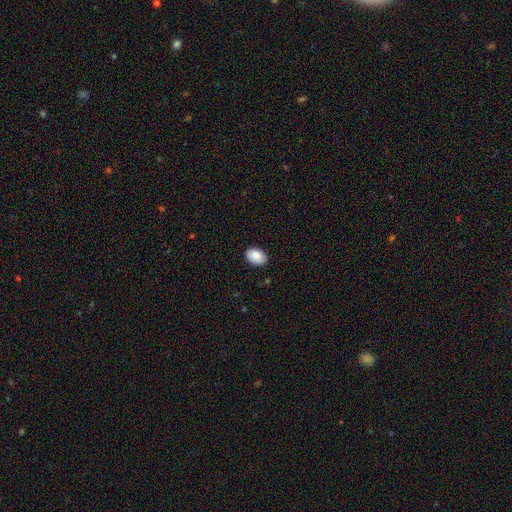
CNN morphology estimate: Q: Smooth or featured?
A: smooth (89%); runner-up: star or artifact (7%)
Q: How rounded?
A: in between (86%); runner-up: round (13%)
Q: Merging?
A: none (87%); runner-up: minor disturbance (11%)